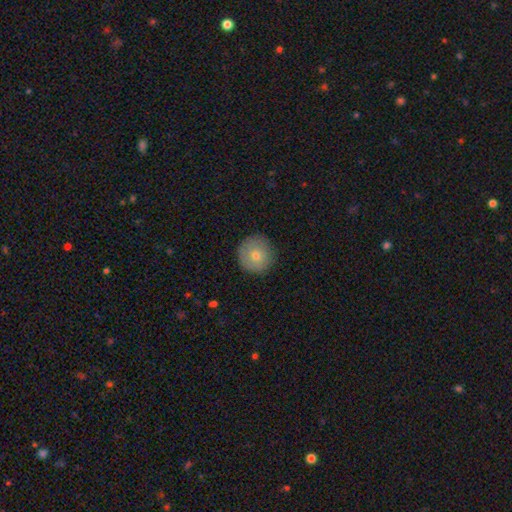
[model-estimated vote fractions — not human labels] A smooth galaxy with no disk features (72%) that is round (95%). Merging: none (89%).